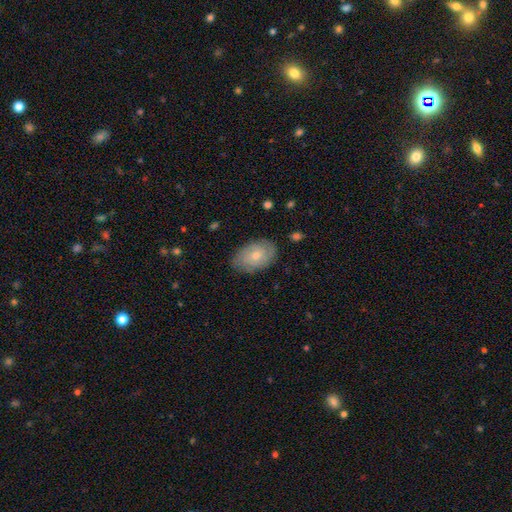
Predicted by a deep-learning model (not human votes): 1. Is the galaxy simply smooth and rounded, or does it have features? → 61% smooth, 32% featured or disk, 7% star or artifact.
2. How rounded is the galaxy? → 88% in between, 11% round, 1% cigar-shaped.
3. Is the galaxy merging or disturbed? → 79% none, 17% minor disturbance, 4% major disturbance, 1% merger.